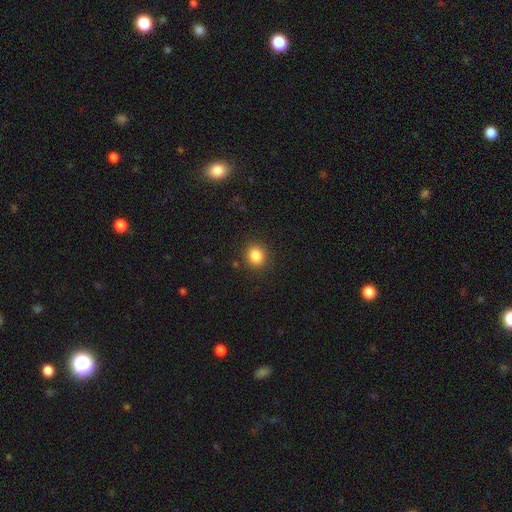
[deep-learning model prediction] A smooth galaxy with no disk features (85%) that is round (83%).

Vote fractions:
- Smooth or featured? smooth: 85% / star or artifact: 11% / featured or disk: 4%
- How rounded? round: 83% / in between: 16% / cigar-shaped: 1%
- Merging? none: 90% / minor disturbance: 7% / major disturbance: 2% / merger: 1%